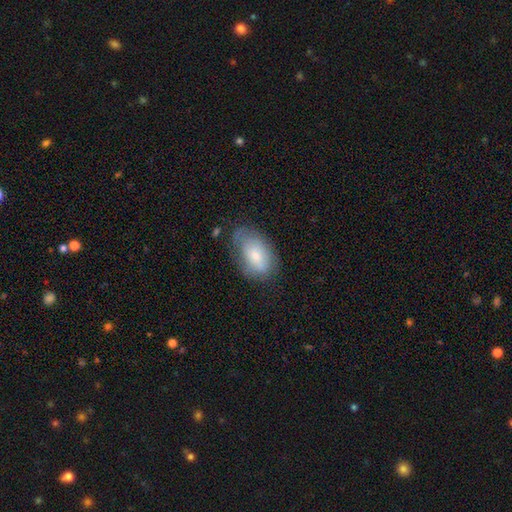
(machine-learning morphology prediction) Q: Smooth or featured?
A: smooth (67%); runner-up: featured or disk (26%)
Q: How rounded?
A: in between (90%); runner-up: round (8%)
Q: Merging?
A: none (55%); runner-up: minor disturbance (31%)